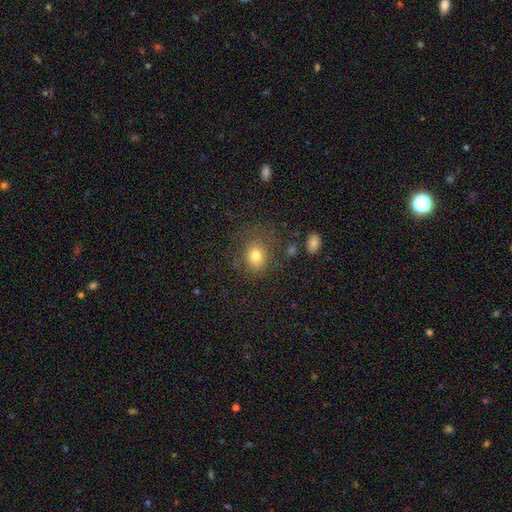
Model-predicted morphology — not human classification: Overall: smooth (77%). How rounded: round (55%; in between 44%). Merging: none (72%).